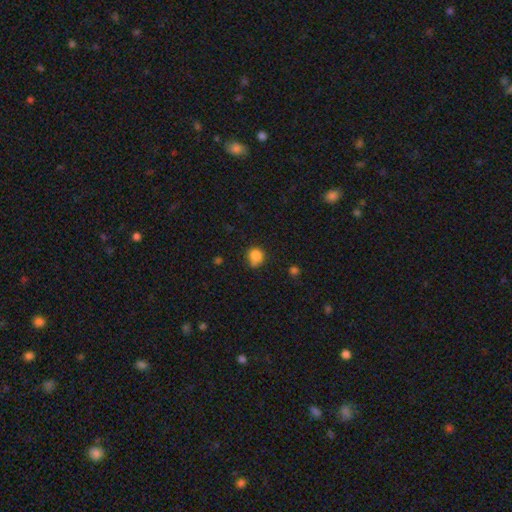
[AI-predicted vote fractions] Smooth or featured?
  - smooth: 83% *
  - star or artifact: 11%
  - featured or disk: 5%
How rounded?
  - round: 85% *
  - in between: 14%
  - cigar-shaped: 1%
Merging?
  - none: 61% *
  - minor disturbance: 23%
  - merger: 9%
  - major disturbance: 6%